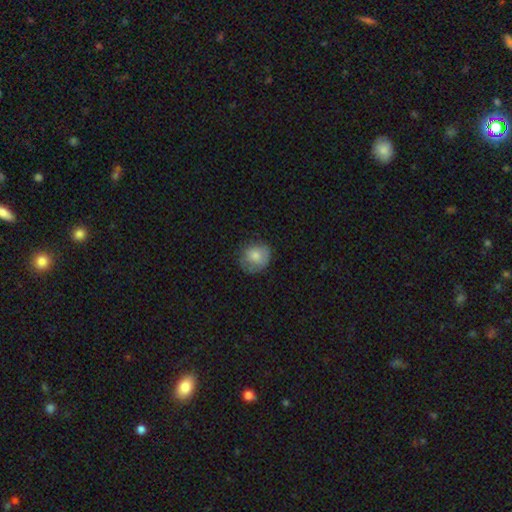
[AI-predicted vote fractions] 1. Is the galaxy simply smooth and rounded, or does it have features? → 78% smooth, 15% featured or disk, 8% star or artifact.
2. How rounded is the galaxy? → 79% round, 20% in between, 1% cigar-shaped.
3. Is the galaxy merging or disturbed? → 66% none, 24% minor disturbance, 8% major disturbance, 1% merger.